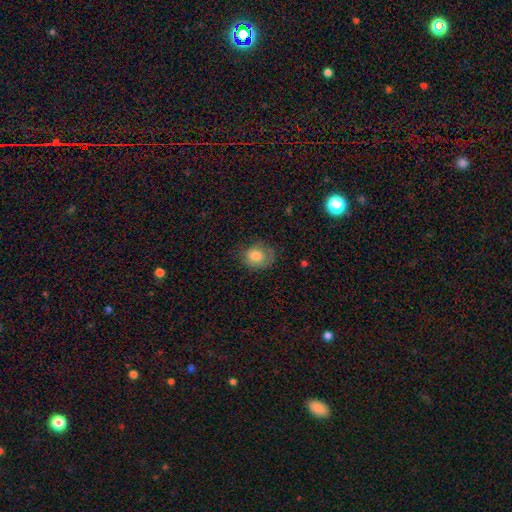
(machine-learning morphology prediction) smooth_or_featured: smooth (p=0.78) [alt: featured or disk p=0.13]
how_rounded: round (p=0.55) [alt: in between p=0.44]
merging: none (p=0.59) [alt: minor disturbance p=0.27]